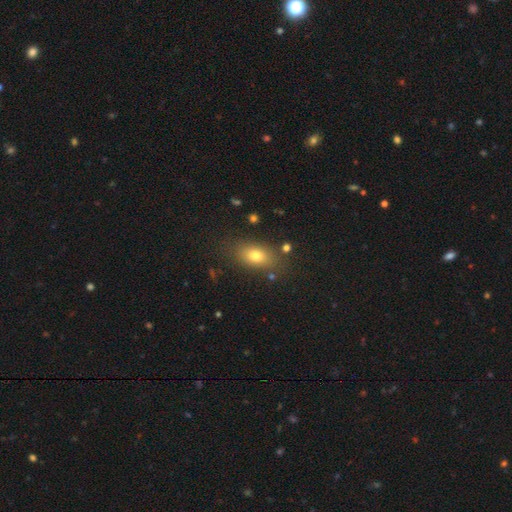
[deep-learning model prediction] Smooth or featured? smooth (75%)
How rounded? in between (81%)
Merging? none (81%)